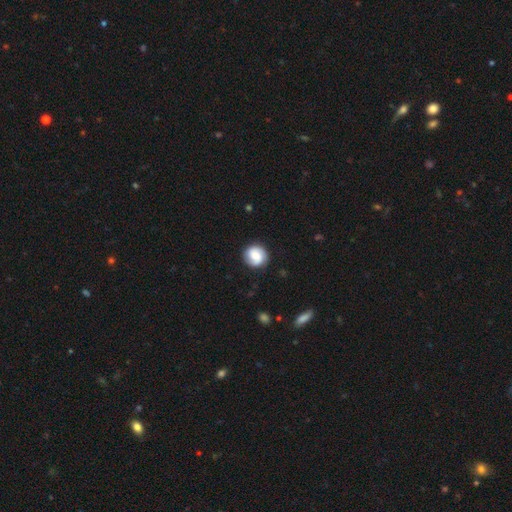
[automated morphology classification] smooth-or-featured: smooth: 55% | featured or disk: 37% | star or artifact: 8%
  how-rounded: round: 89% | in between: 10% | cigar-shaped: 1%
  merging: none: 85% | minor disturbance: 11% | major disturbance: 3% | merger: 1%